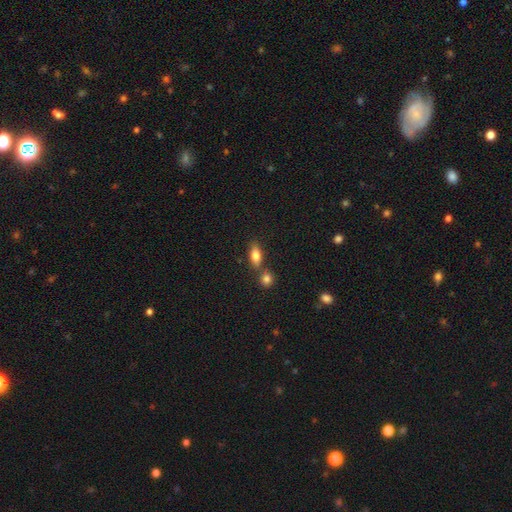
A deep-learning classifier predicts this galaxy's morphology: The model was most divided on "merging": none: 63%, merger: 23%, minor disturbance: 11%, major disturbance: 3%. More confident: smooth or featured — smooth (77%); how rounded — in between (77%).